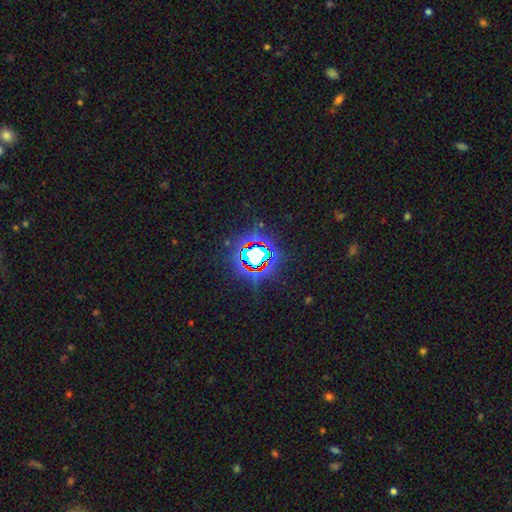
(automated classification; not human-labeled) A star or artifact, not a galaxy (81%).